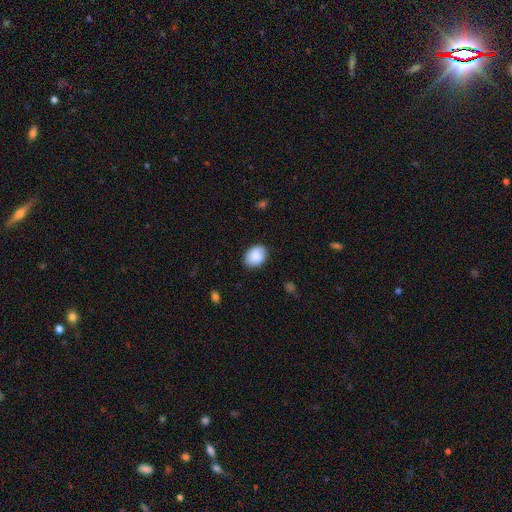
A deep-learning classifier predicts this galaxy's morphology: Smooth or featured: smooth — 88% (star or artifact — 7%)
How rounded: in between — 70% (round — 29%)
Merging: none — 84% (minor disturbance — 12%)